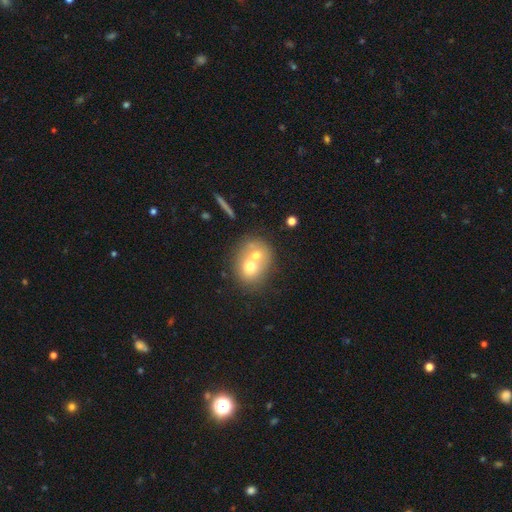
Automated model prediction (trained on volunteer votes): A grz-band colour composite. It shows a smooth galaxy with no disk features (63%) that is round (65%). Merging: merger (66%).